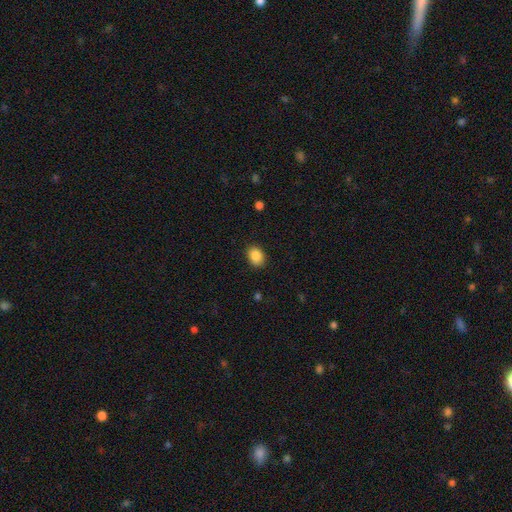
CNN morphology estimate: Smooth or featured: smooth — 86% (star or artifact — 8%)
How rounded: in between — 68% (round — 31%)
Merging: none — 86% (minor disturbance — 10%)